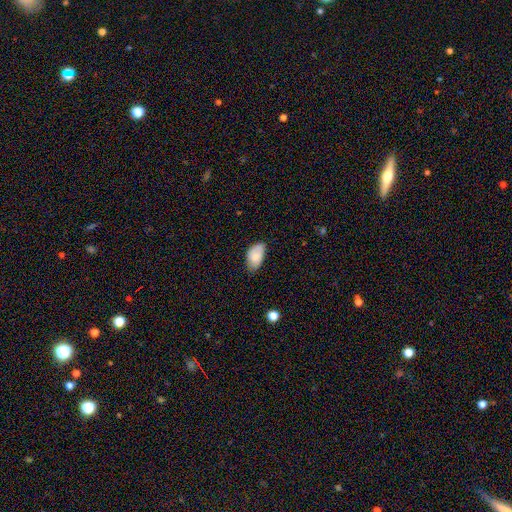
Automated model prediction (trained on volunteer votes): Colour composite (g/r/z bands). It shows a smooth galaxy with no disk features (78%) that is in between round and cigar-shaped (94%). Merging: none (63%).